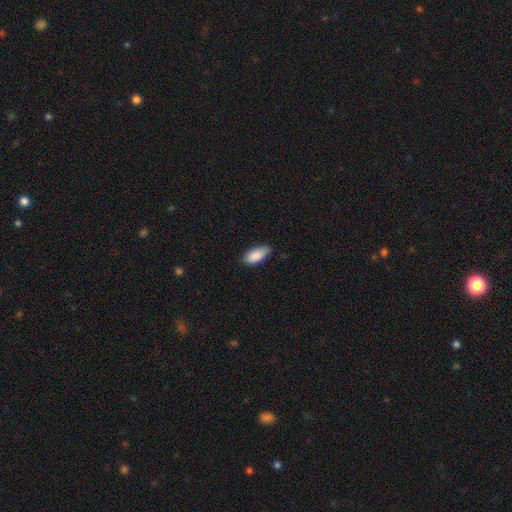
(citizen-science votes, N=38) smooth-or-featured: smooth: 87% | featured or disk: 11% | star or artifact: 3%
  how-rounded: in between: 88% | cigar-shaped: 12% | round: 0%
  merging: none: 59% | minor disturbance: 30% | major disturbance: 8% | merger: 3%